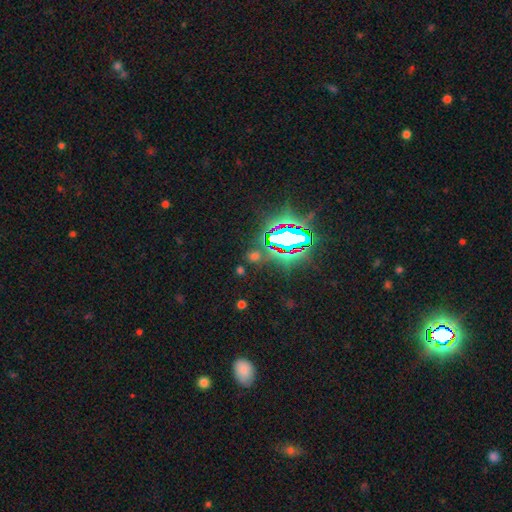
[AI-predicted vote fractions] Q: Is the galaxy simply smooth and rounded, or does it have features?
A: star or artifact — 65%.